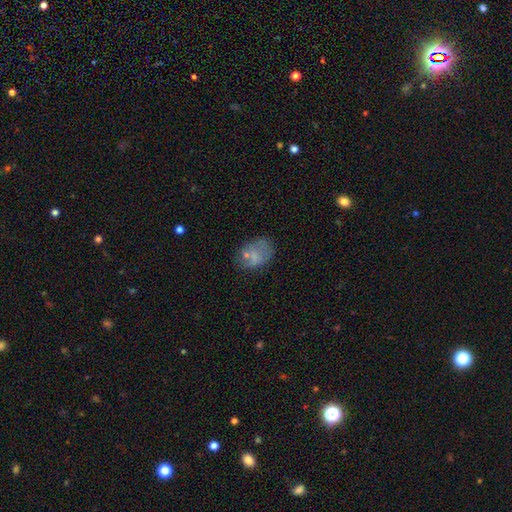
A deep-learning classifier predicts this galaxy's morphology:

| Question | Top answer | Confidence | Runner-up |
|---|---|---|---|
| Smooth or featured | smooth | 54% | featured or disk (33%) |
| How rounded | in between | 75% | round (23%) |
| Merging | none | 48% | minor disturbance (25%) |